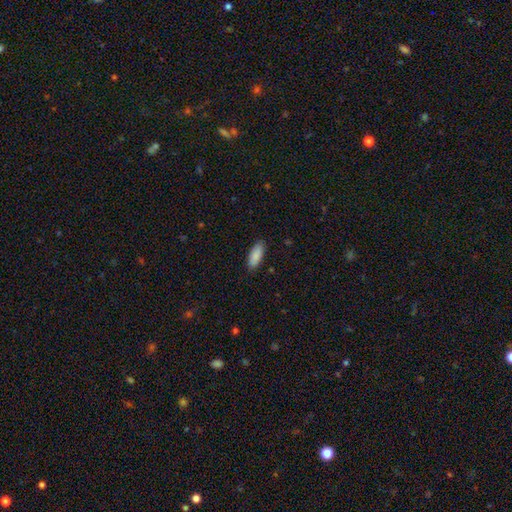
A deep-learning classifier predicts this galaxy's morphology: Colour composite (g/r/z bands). It shows a smooth galaxy with no disk features (88%) that is in between round and cigar-shaped (79%). Merging: none (87%).